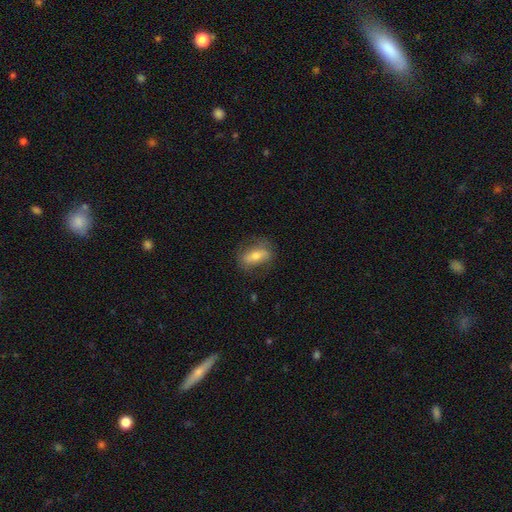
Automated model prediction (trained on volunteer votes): This is possibly a smooth galaxy (57%). How rounded: likely in between (73%). Merging: likely none (74%).